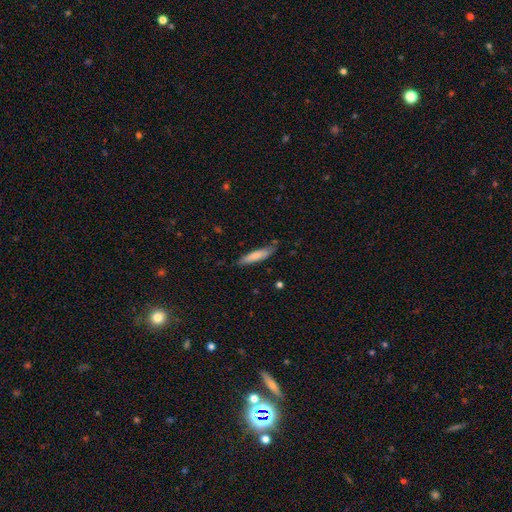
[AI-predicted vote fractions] This appears to be a smooth galaxy with no disk features (74%) that is cigar-shaped (84%). Merging: none (77%).